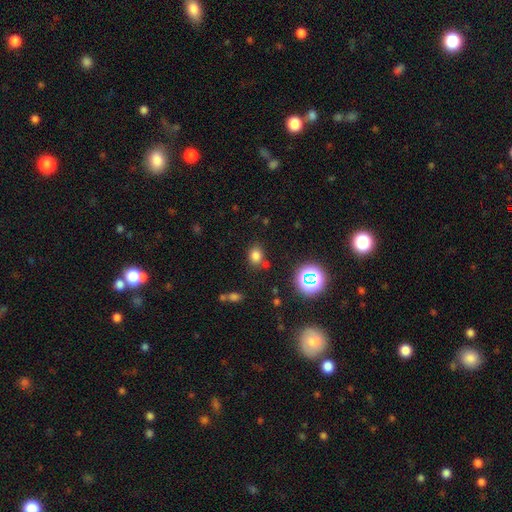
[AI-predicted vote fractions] smooth-or-featured: smooth: 75% | star or artifact: 19% | featured or disk: 7%
  how-rounded: round: 54% | in between: 45% | cigar-shaped: 1%
  merging: none: 70% | minor disturbance: 15% | merger: 10% | major disturbance: 5%